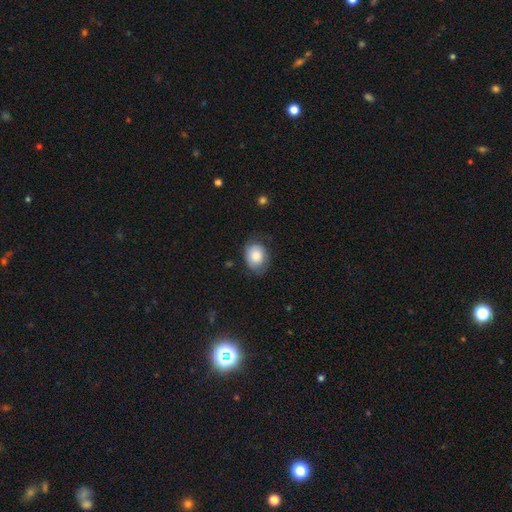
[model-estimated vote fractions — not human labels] Smooth or featured? Predicted: smooth (p=0.81). How rounded? Predicted: in between (p=0.57). Merging? Predicted: none (p=0.65).